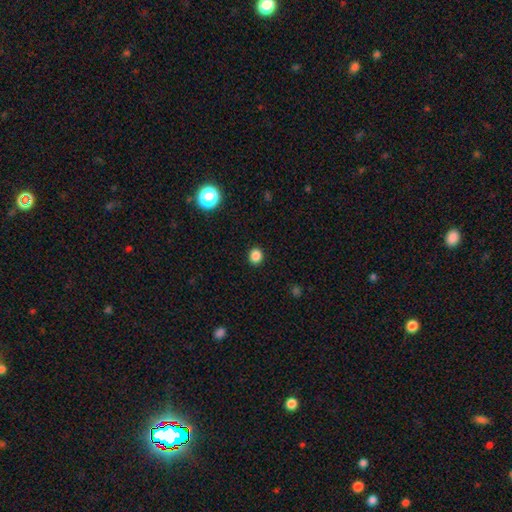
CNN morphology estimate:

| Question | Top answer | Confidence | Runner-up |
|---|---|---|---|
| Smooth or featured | smooth | 85% | star or artifact (12%) |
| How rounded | round | 76% | in between (23%) |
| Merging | none | 92% | minor disturbance (6%) |